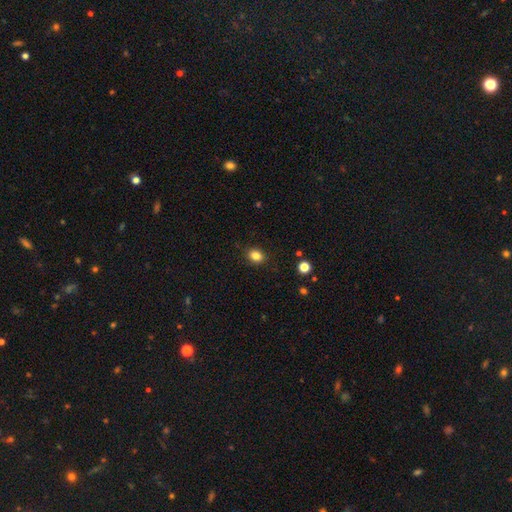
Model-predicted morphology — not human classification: A smooth galaxy with no disk features (84%) that is in between round and cigar-shaped (57%).

Vote fractions:
- Smooth or featured? smooth: 84% / star or artifact: 11% / featured or disk: 5%
- How rounded? in between: 57% / round: 42% / cigar-shaped: 1%
- Merging? none: 88% / minor disturbance: 8% / major disturbance: 2% / merger: 1%